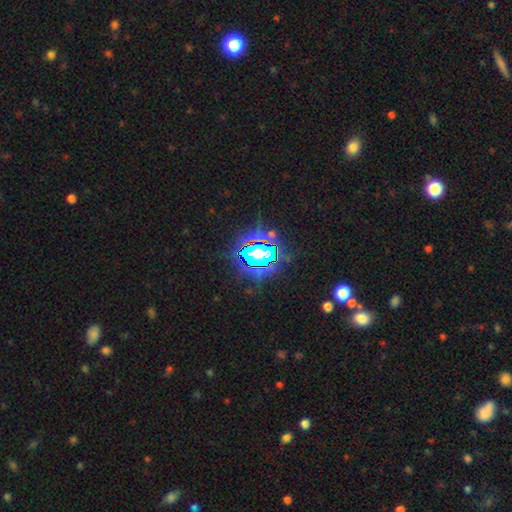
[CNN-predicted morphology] Smooth or featured? star or artifact (76%)